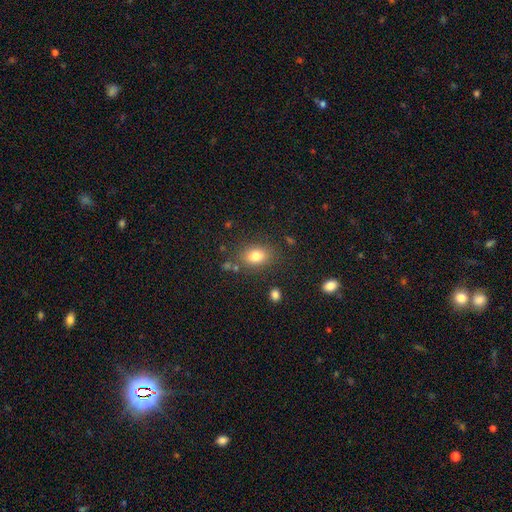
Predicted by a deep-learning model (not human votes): The model was most divided on "how rounded": in between: 71%, round: 28%, cigar-shaped: 2%. More confident: merging — none (80%); smooth or featured — smooth (80%).